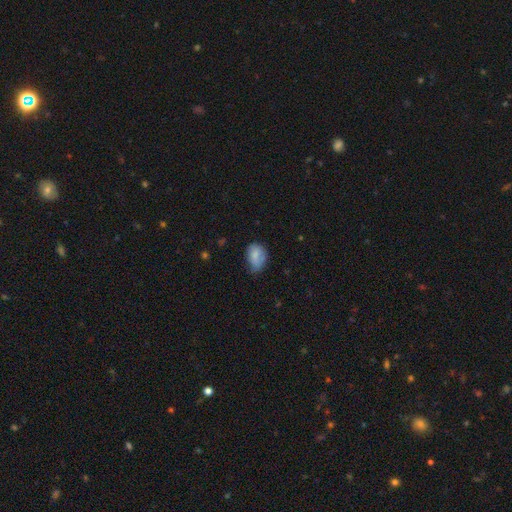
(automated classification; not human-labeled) The model was most divided on "merging": none: 45%, minor disturbance: 39%, major disturbance: 13%, merger: 3%. More confident: how rounded — in between (79%); smooth or featured — smooth (77%).